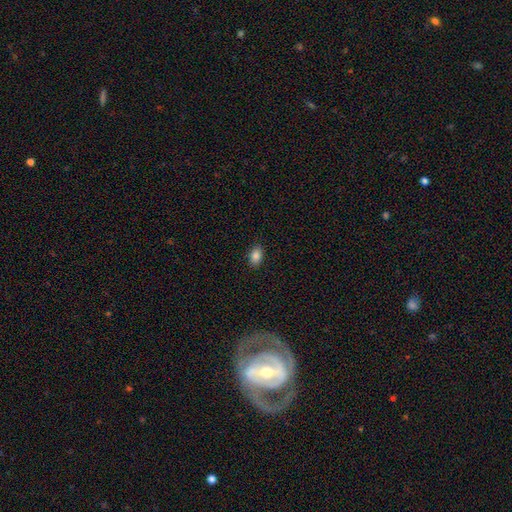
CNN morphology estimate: smooth 85%, star or artifact 9%, featured or disk 6%. Down the decision tree: how rounded — in between (85%); merging — none (89%).